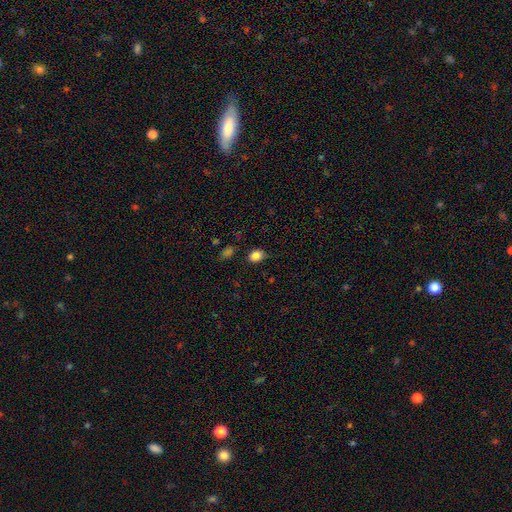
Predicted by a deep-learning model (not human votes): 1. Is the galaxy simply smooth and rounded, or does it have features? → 84% smooth, 11% star or artifact, 5% featured or disk.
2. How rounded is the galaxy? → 51% round, 48% in between, 1% cigar-shaped.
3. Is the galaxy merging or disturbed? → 79% none, 16% minor disturbance, 3% major disturbance, 2% merger.